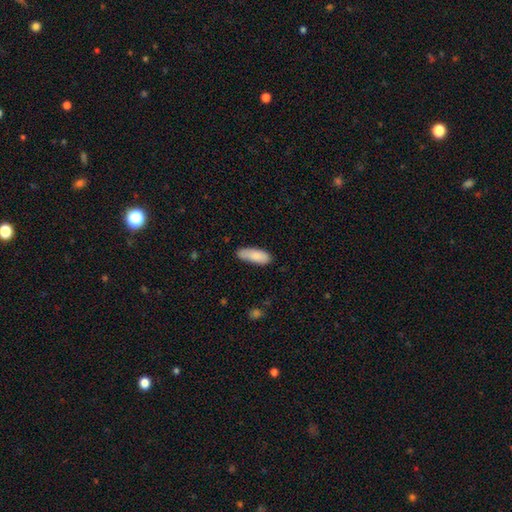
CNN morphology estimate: Overall: smooth (87%). How rounded: in between (71%). Merging: none (71%).